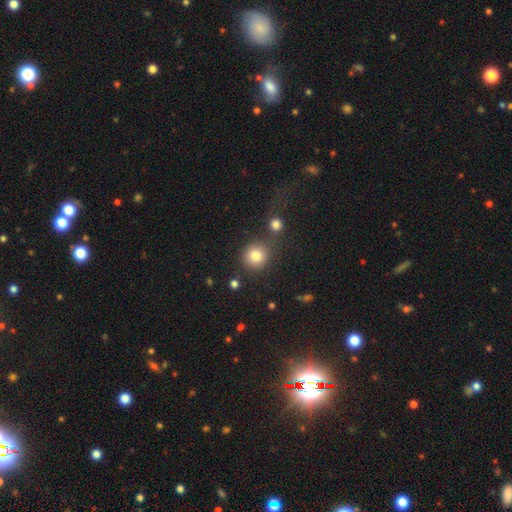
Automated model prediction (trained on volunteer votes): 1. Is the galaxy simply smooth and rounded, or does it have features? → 82% smooth, 11% star or artifact, 7% featured or disk.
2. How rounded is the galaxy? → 91% round, 8% in between, 1% cigar-shaped.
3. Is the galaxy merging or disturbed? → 72% none, 13% merger, 10% minor disturbance, 5% major disturbance.